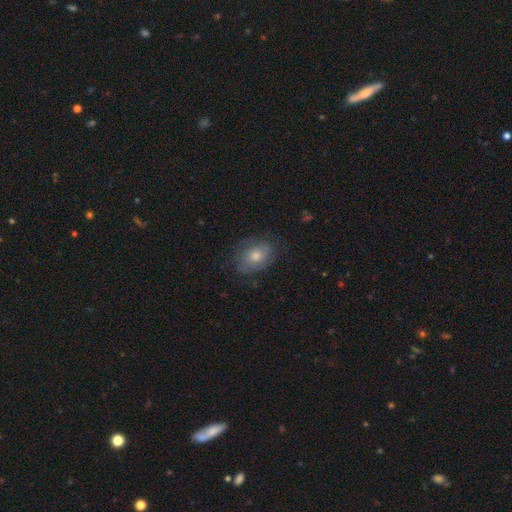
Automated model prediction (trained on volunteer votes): Smooth or featured? Predicted: smooth (p=0.56). How rounded? Predicted: in between (p=0.67). Merging? Predicted: none (p=0.73).